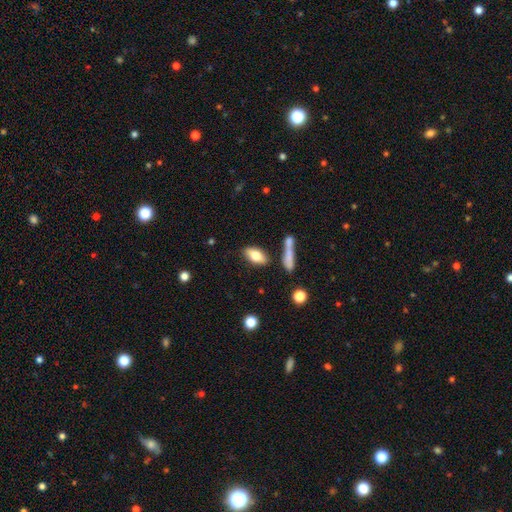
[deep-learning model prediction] A smooth galaxy with no disk features (75%) that is in between round and cigar-shaped (85%).

Vote fractions:
- Smooth or featured? smooth: 75% / featured or disk: 17% / star or artifact: 7%
- How rounded? in between: 85% / cigar-shaped: 11% / round: 4%
- Merging? none: 73% / minor disturbance: 13% / merger: 10% / major disturbance: 4%